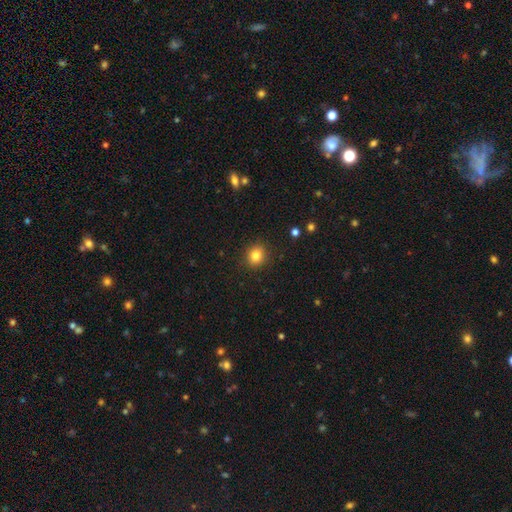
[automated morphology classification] Overall: smooth (82%). How rounded: round (80%). Merging: none (90%).